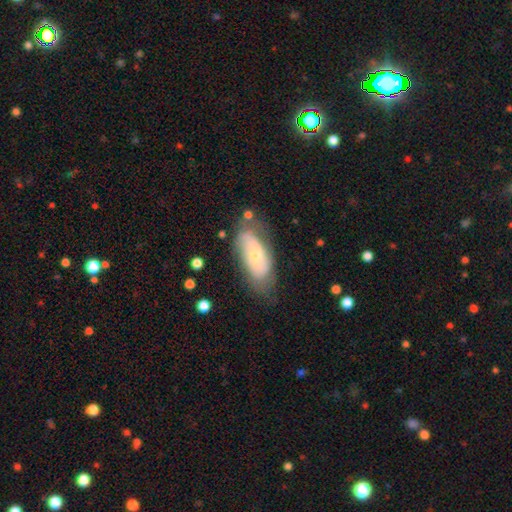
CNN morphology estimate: This appears to be a featured or disk galaxy (52%). Merging: none (63%).